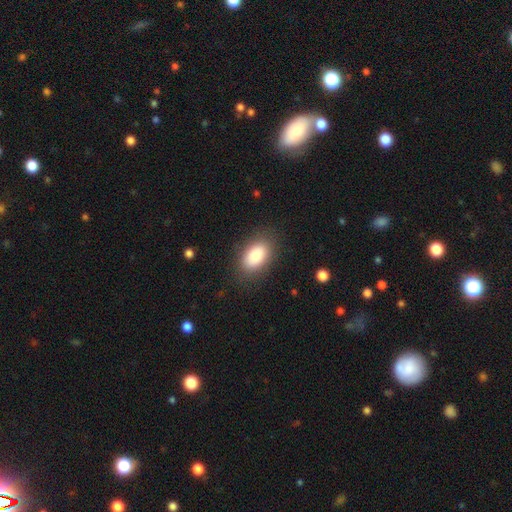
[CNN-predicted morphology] smooth 84%, featured or disk 9%, star or artifact 7%. Down the decision tree: how rounded — in between (91%); merging — none (84%).